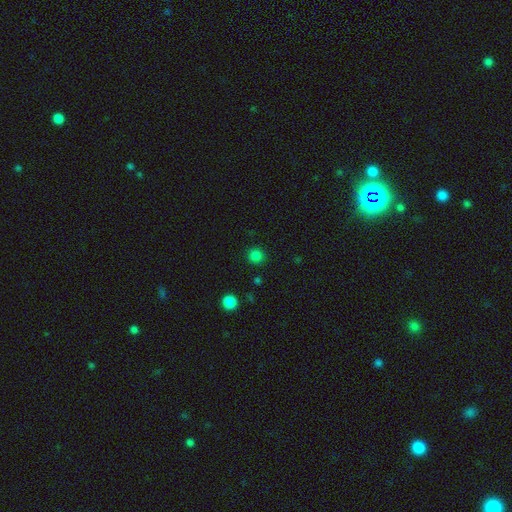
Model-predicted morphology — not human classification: Smooth or featured? smooth (82%)
How rounded? round (93%)
Merging? none (91%)